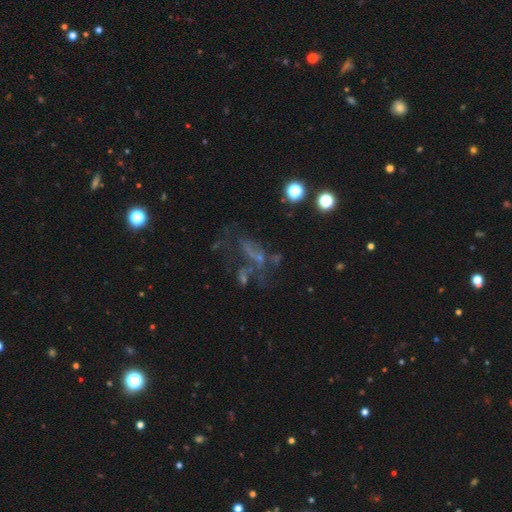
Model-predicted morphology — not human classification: This is marginally a featured or disk galaxy (44%). Merging: marginally major disturbance (35%, tied with none).